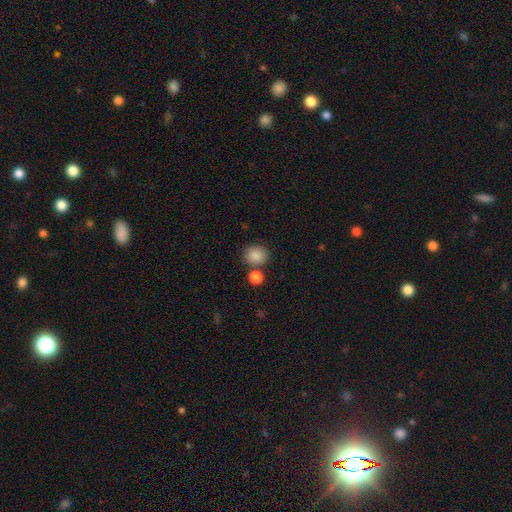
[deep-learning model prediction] smooth 86%, star or artifact 9%, featured or disk 5%. Down the decision tree: how rounded — round (78%); merging — none (75%).